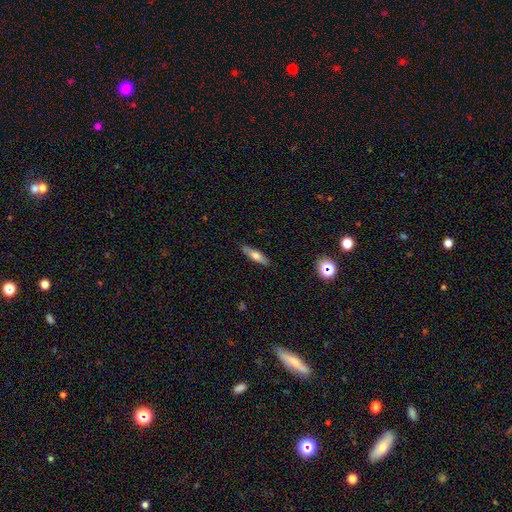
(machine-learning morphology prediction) This is likely a smooth galaxy (63%). How rounded: possibly cigar-shaped (57%). Merging: clearly none (84%).